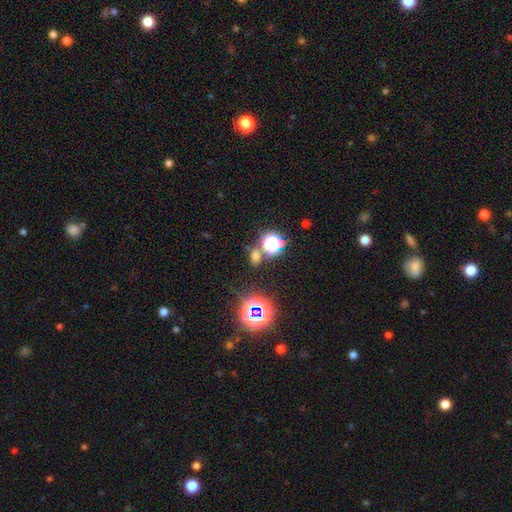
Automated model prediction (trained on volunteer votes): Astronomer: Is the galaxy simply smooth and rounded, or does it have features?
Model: smooth — 54% (runner-up: star or artifact, 38%).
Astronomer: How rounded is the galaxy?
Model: in between — 53% (runner-up: round, 45%).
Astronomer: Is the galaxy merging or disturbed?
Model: none — 70%.